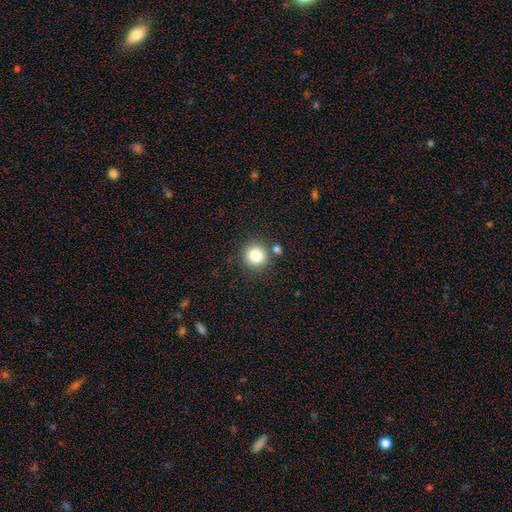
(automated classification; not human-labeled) A smooth galaxy with no disk features (83%) that is round (93%). Merging: none (82%).